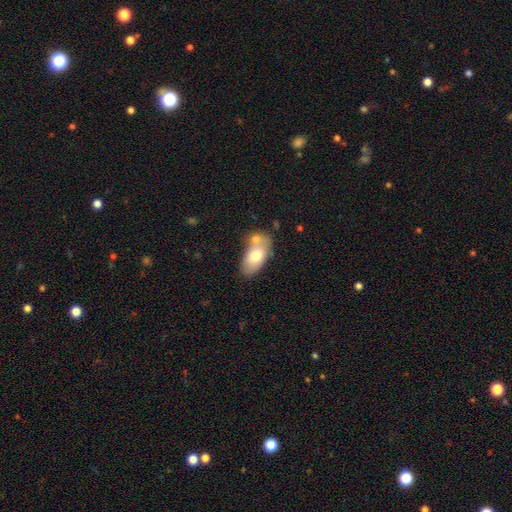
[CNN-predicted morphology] Smooth or featured: smooth — 68% (featured or disk — 25%)
How rounded: in between — 92% (round — 5%)
Merging: none — 45% (merger — 34%)